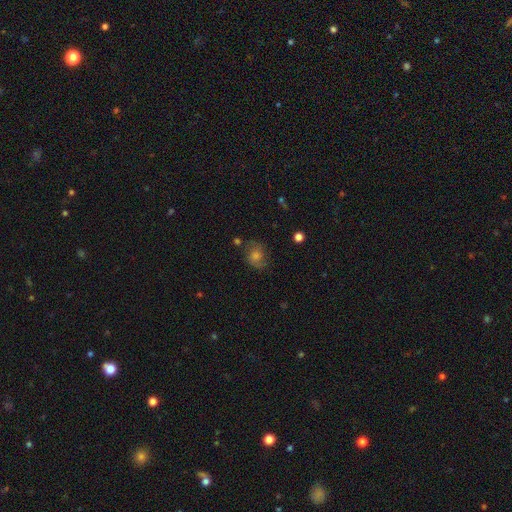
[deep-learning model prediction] The model was most divided on "smooth or featured": smooth: 43%, featured or disk: 36%, star or artifact: 20%. More confident: merging — none (73%).